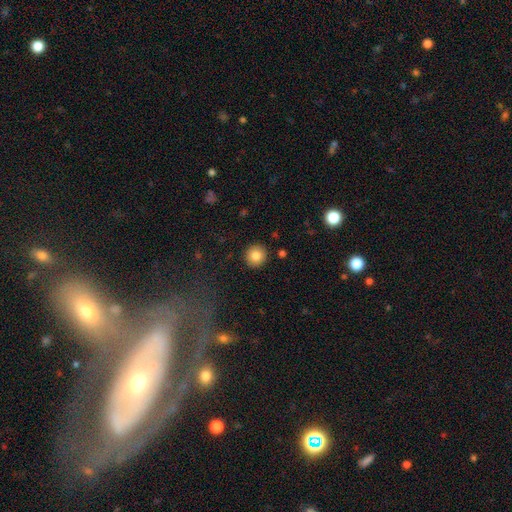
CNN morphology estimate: This appears to be a smooth galaxy with no disk features (84%) that is round (94%). Merging: none (92%).